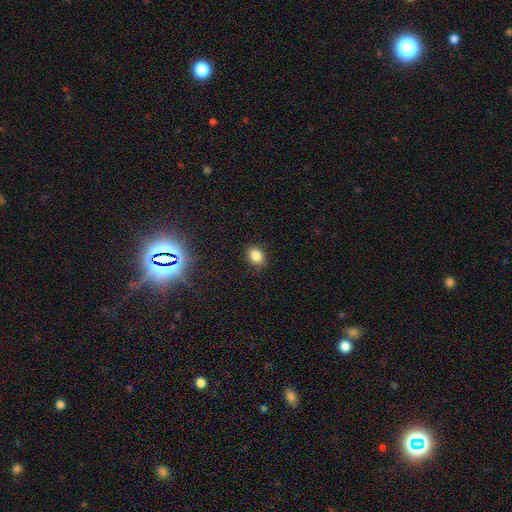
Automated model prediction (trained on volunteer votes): smooth-or-featured: smooth: 83% | star or artifact: 12% | featured or disk: 5%
  how-rounded: in between: 56% | round: 43% | cigar-shaped: 1%
  merging: none: 87% | minor disturbance: 9% | major disturbance: 2% | merger: 1%